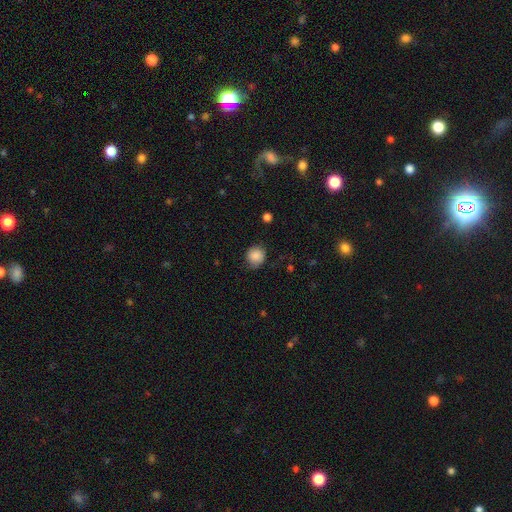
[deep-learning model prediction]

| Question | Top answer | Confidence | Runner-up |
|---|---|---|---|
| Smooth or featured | smooth | 86% | star or artifact (9%) |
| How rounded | round | 85% | in between (14%) |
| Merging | none | 74% | minor disturbance (20%) |